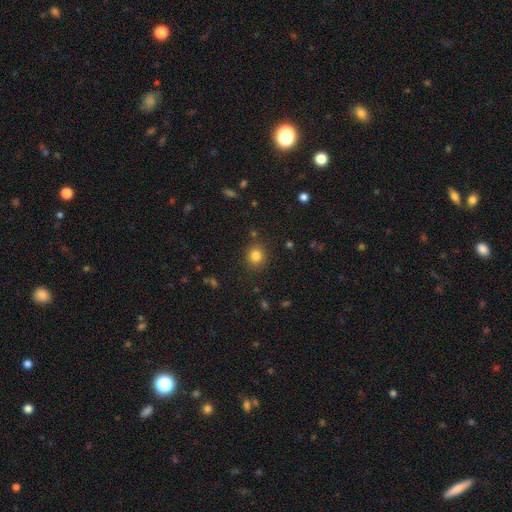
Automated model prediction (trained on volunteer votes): smooth 83%, star or artifact 12%, featured or disk 5%. Down the decision tree: how rounded — round (86%); merging — none (87%).